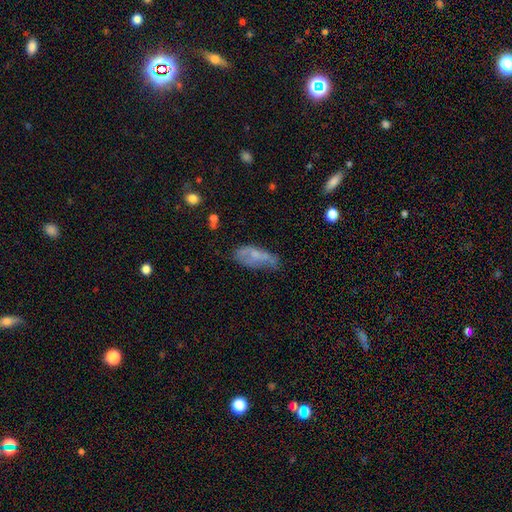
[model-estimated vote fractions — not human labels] Morphology: type=smooth (52%); roundness=in between (75%); merging=none (39%).